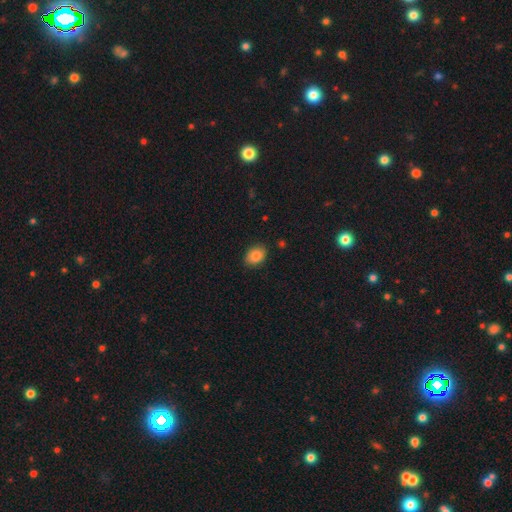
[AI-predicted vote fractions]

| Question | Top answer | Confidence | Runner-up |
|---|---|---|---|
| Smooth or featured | smooth | 86% | star or artifact (8%) |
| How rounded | in between | 72% | round (27%) |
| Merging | none | 86% | minor disturbance (11%) |